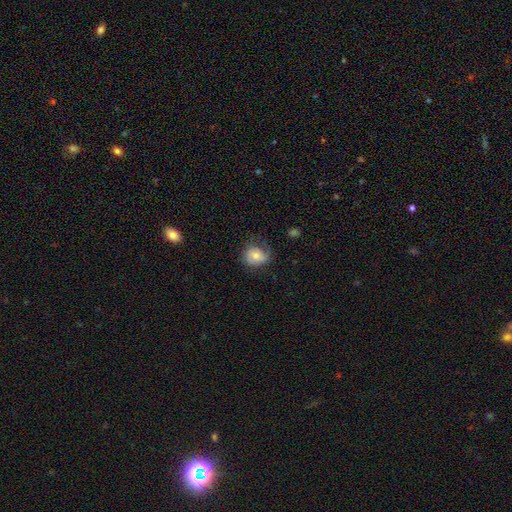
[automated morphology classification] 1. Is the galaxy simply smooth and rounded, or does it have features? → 71% smooth, 21% featured or disk, 8% star or artifact.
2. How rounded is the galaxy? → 58% round, 41% in between, 1% cigar-shaped.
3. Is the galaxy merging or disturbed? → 56% none, 28% minor disturbance, 14% major disturbance, 1% merger.